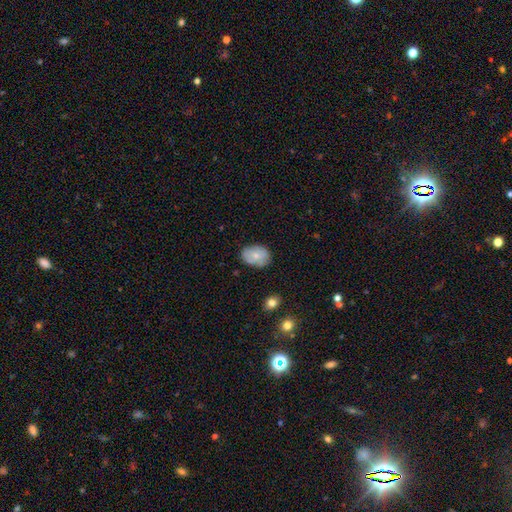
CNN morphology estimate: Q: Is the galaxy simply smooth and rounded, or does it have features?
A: smooth — 67%.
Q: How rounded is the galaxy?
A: in between — 74%.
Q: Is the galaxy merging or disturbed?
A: none — 74%.